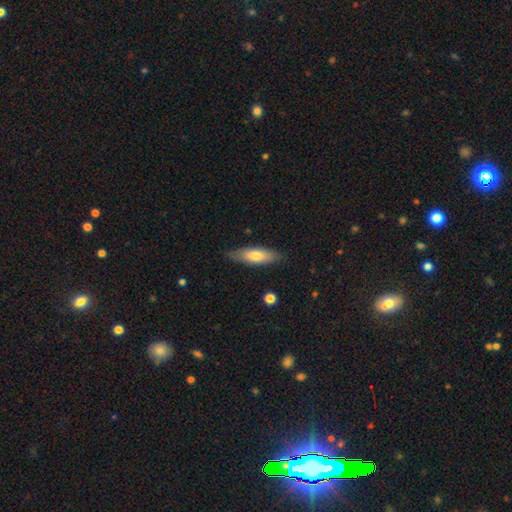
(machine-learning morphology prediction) smooth 68%, featured or disk 27%, star or artifact 6%. Down the decision tree: how rounded — in between (49%, tied with cigar-shaped); merging — none (82%).